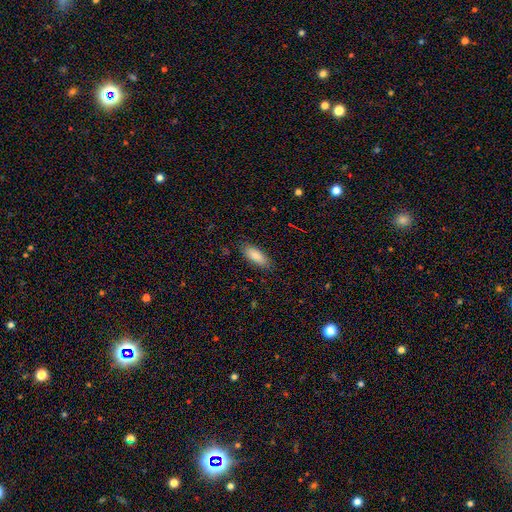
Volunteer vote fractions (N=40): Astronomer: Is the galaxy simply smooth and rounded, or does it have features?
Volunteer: smooth — 90%.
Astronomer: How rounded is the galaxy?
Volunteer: in between — 81%.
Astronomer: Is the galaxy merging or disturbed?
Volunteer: none — 92%.